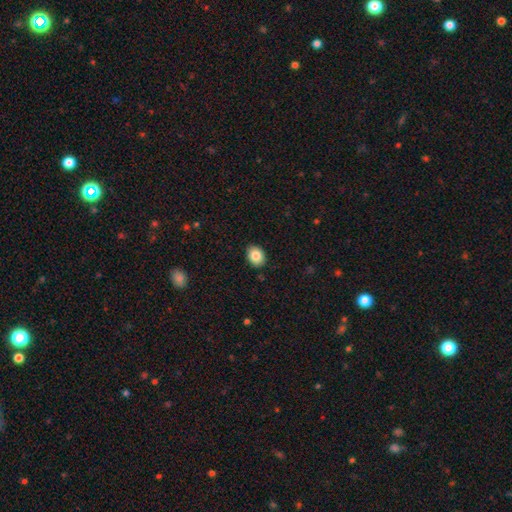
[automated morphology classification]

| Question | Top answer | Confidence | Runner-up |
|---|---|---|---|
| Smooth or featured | smooth | 86% | star or artifact (8%) |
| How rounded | in between | 56% | round (43%) |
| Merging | none | 88% | minor disturbance (9%) |